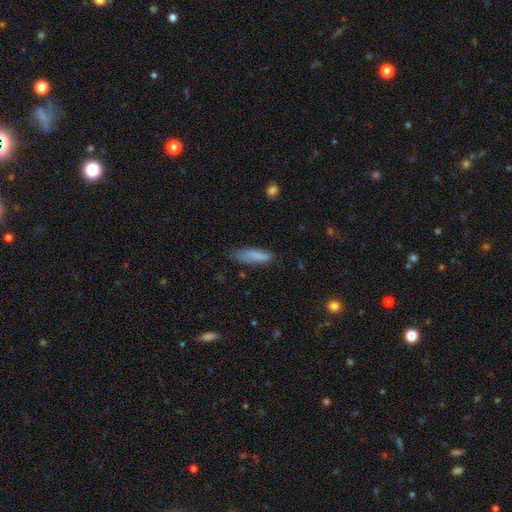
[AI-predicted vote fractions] smooth-or-featured: smooth: 81% | featured or disk: 12% | star or artifact: 7%
  how-rounded: cigar-shaped: 69% | in between: 29% | round: 2%
  merging: none: 64% | minor disturbance: 26% | major disturbance: 7% | merger: 2%